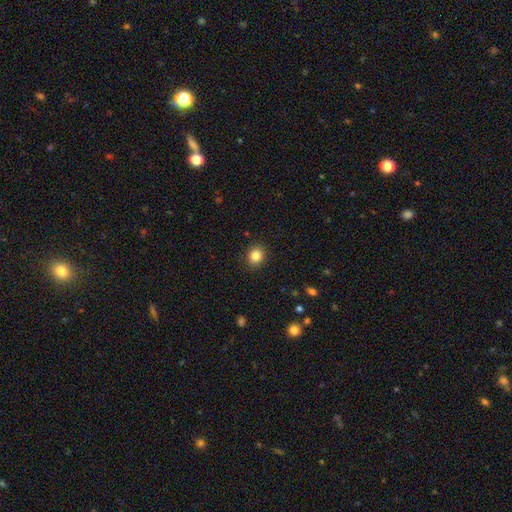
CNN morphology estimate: Smooth or featured? Predicted: smooth (p=0.84). How rounded? Predicted: round (p=0.74). Merging? Predicted: none (p=0.91).